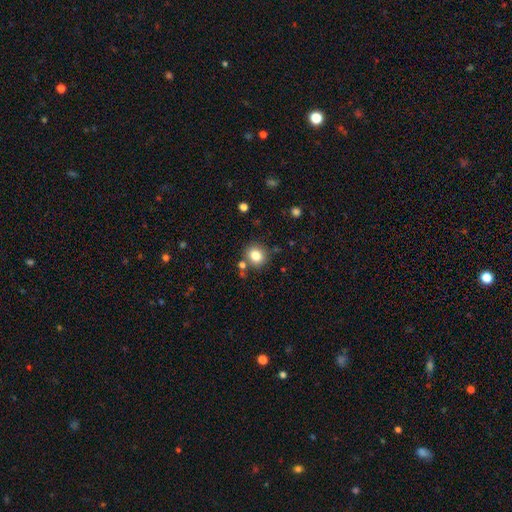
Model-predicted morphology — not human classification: Smooth or featured: smooth — 82% (star or artifact — 11%)
How rounded: round — 76% (in between — 23%)
Merging: none — 80% (minor disturbance — 10%)